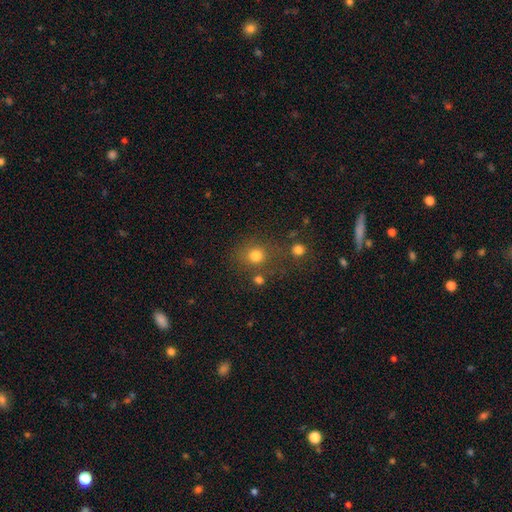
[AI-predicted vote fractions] Smooth or featured?
  - smooth: 76% *
  - star or artifact: 16%
  - featured or disk: 8%
How rounded?
  - round: 84% *
  - in between: 15%
  - cigar-shaped: 1%
Merging?
  - none: 69% *
  - merger: 14%
  - minor disturbance: 11%
  - major disturbance: 6%